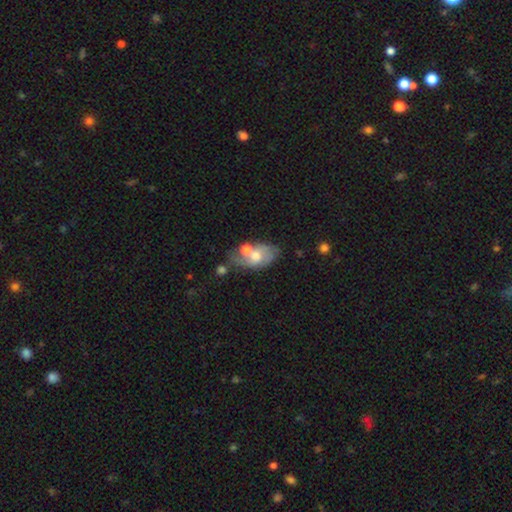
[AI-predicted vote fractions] smooth_or_featured: smooth (p=0.46) [tied with: featured or disk p=0.46]
merging: none (p=0.38) [alt: merger p=0.30]